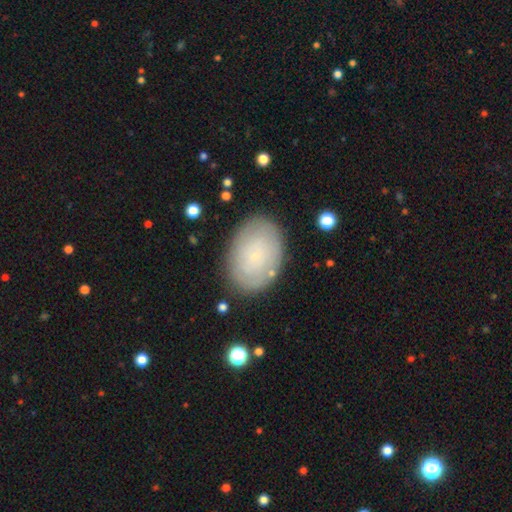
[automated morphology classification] smooth 57%, featured or disk 35%, star or artifact 9%. Down the decision tree: how rounded — in between (83%); merging — none (81%).